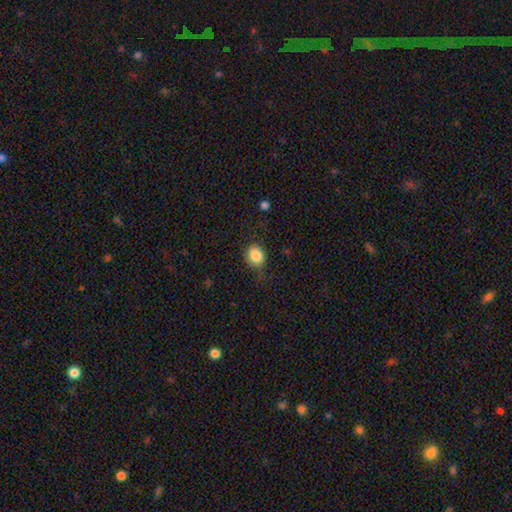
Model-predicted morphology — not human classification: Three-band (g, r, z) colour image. It shows a smooth galaxy with no disk features (84%) that is round (67%). Merging: none (71%).